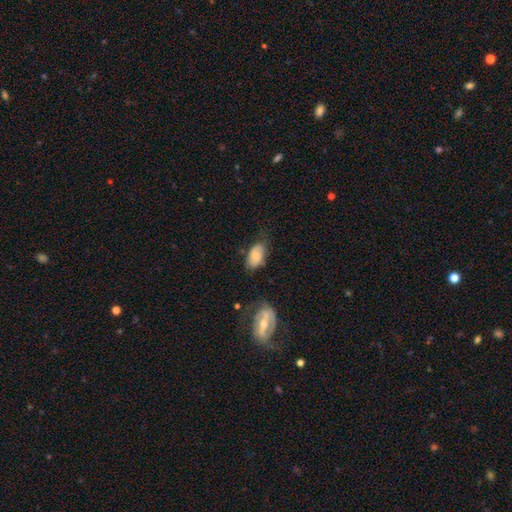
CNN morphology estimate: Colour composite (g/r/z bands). It shows a smooth galaxy with no disk features (73%) that is in between round and cigar-shaped (92%). Merging: none (57%).